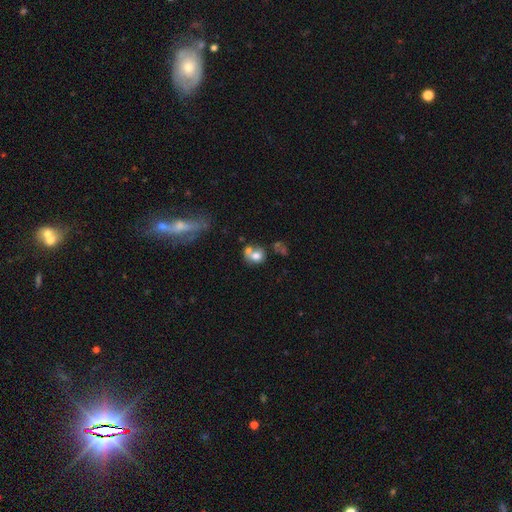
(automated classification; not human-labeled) This is likely a smooth galaxy (69%). How rounded: likely round (62%). Merging: possibly merger (47%).